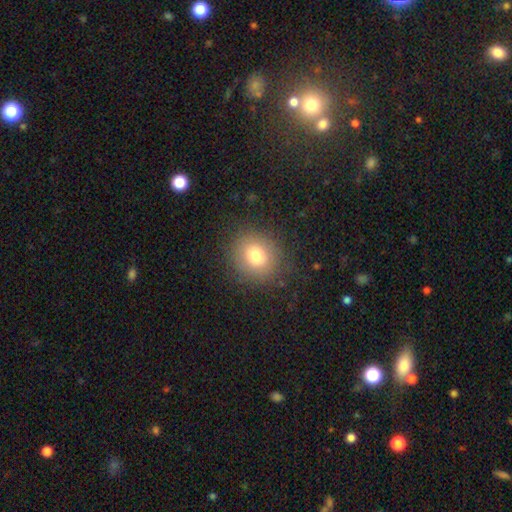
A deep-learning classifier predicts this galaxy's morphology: Smooth or featured: smooth — 77% (star or artifact — 12%)
How rounded: round — 82% (in between — 18%)
Merging: none — 85% (minor disturbance — 9%)